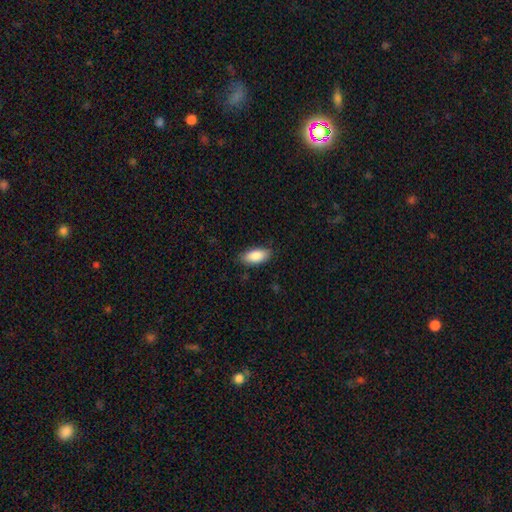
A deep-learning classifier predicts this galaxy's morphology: The model was most divided on "merging": none: 84%, minor disturbance: 13%, major disturbance: 3%, merger: 1%. More confident: how rounded — in between (90%); smooth or featured — smooth (88%).